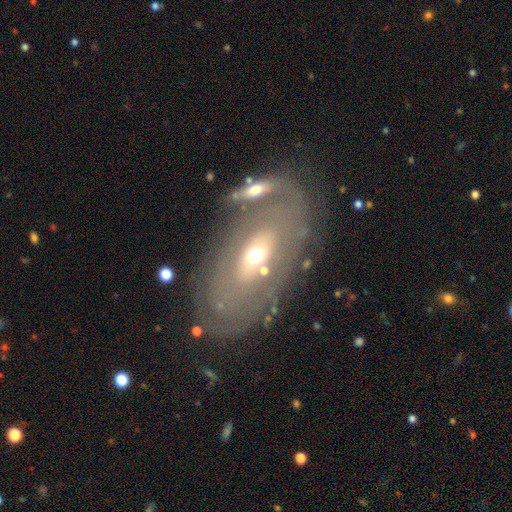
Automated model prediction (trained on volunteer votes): Smooth or featured? featured or disk (57%)
Edge-on disk? no (83%)
Merging? none (60%)